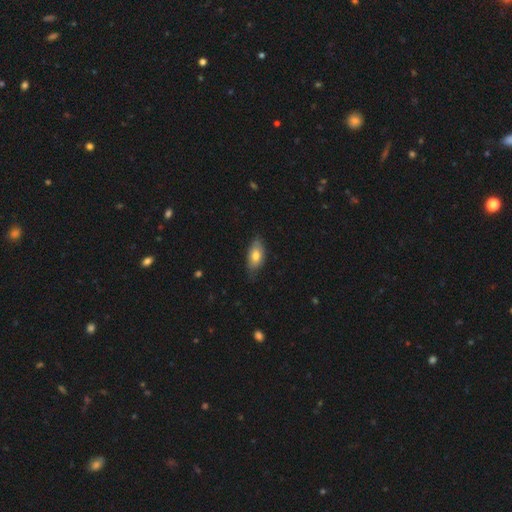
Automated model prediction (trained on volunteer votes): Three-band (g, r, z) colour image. It shows a smooth galaxy with no disk features (75%) that is in between round and cigar-shaped (90%). Merging: none (74%).